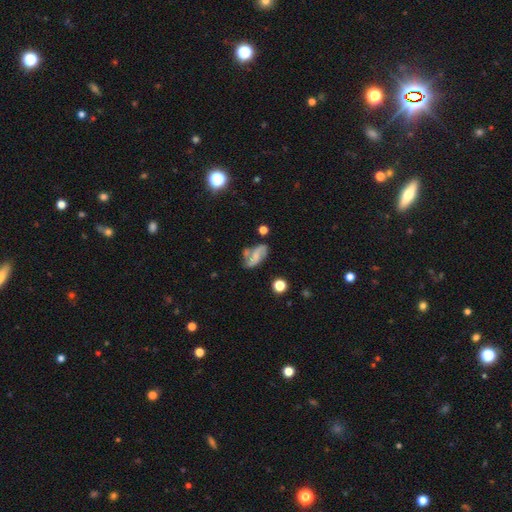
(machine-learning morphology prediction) This is likely a featured or disk galaxy (65%). It is clearly not viewed edge-on (95%). Bar: marginally no (44%). Spiral arm pattern: clearly yes (89%). Spiral arm count: clearly 2 (87%). Spiral winding: possibly loose (55%). Central bulge: possibly none (45%). Merging: possibly none (55%).